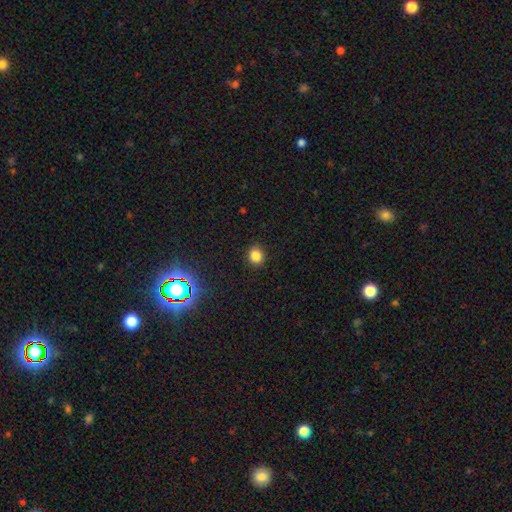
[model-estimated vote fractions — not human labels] This is clearly a smooth galaxy (82%). How rounded: likely round (79%). Merging: clearly none (91%).